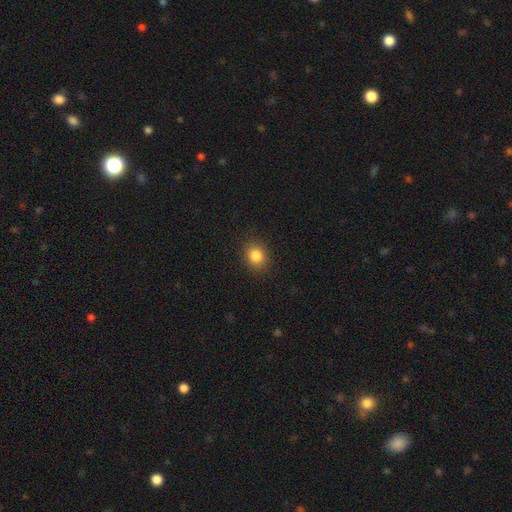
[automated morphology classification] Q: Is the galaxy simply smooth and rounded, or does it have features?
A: smooth — 84%.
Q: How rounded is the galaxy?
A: round — 72%.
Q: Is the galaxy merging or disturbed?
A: none — 89%.